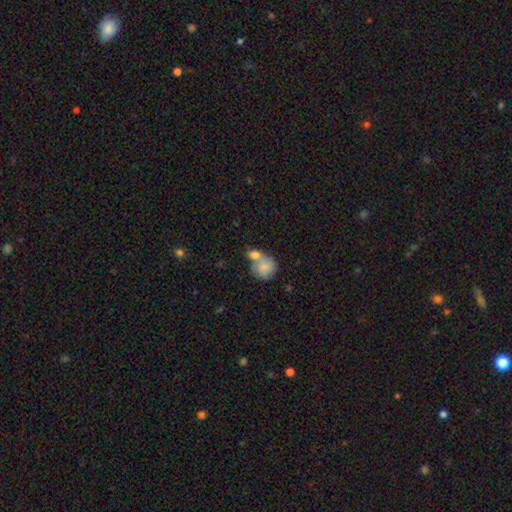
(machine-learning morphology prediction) This is clearly a smooth galaxy (80%). How rounded: likely round (68%). Merging: possibly merger (56%).